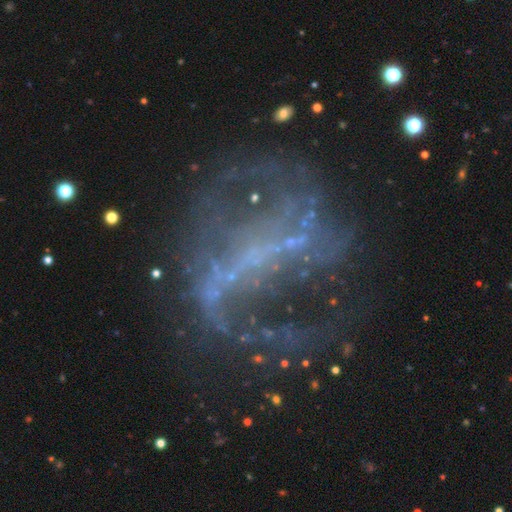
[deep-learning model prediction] This is likely a featured or disk galaxy (71%). It is clearly not viewed edge-on (95%). Bar: marginally strong (44%). Spiral arm pattern: likely yes (62%). Central bulge: likely none (66%). Merging: marginally none (43%).